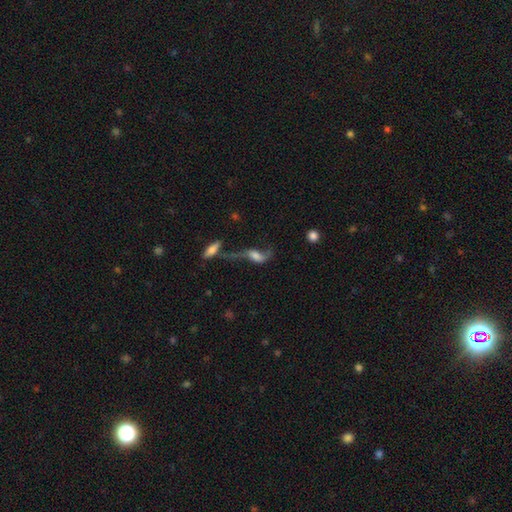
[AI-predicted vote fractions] Smooth or featured: featured or disk — 60% (smooth — 29%)
Edge-on disk: no — 86% (yes — 14%)
Bar: no — 52% (weak — 34%)
Spiral arms: yes — 80% (no — 20%)
Bulge size: moderate — 29% (large — 25%)
Merging: merger — 38% (none — 26%)